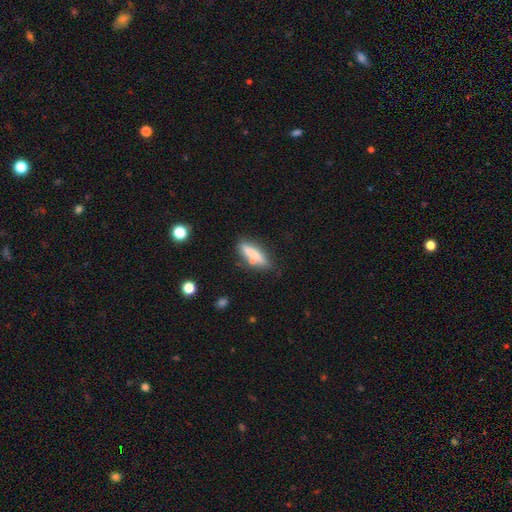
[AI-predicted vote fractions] smooth_or_featured: smooth (p=0.63) [alt: featured or disk p=0.29]
how_rounded: cigar-shaped (p=0.69) [alt: in between p=0.28]
merging: none (p=0.65) [alt: minor disturbance p=0.19]